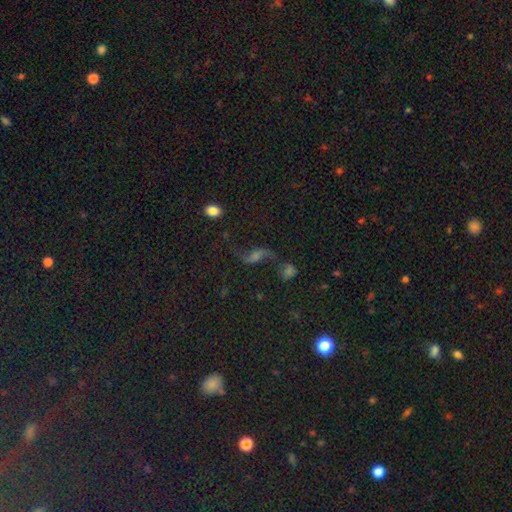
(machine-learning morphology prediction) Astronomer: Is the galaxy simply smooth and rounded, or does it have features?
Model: featured or disk — 59%.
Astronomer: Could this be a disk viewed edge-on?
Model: no — 92%.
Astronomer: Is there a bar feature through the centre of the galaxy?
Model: no — 50% (runner-up: weak, 36%).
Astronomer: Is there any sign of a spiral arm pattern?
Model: yes — 90%.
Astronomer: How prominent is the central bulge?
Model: small — 31%, tied with moderate at 31%.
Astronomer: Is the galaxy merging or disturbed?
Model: none — 59%.